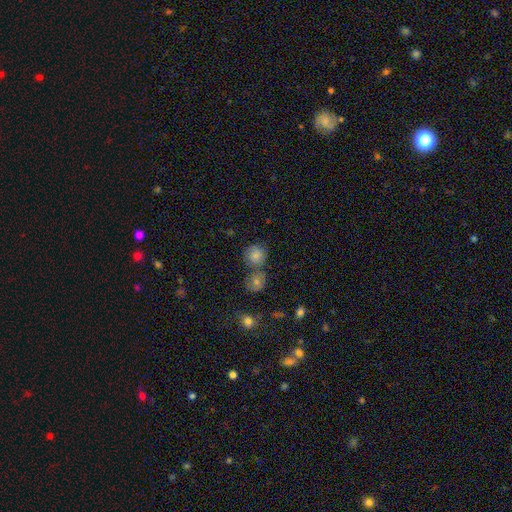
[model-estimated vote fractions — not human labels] Smooth or featured: smooth — 67% (star or artifact — 17%)
How rounded: round — 85% (in between — 13%)
Merging: none — 57% (merger — 28%)